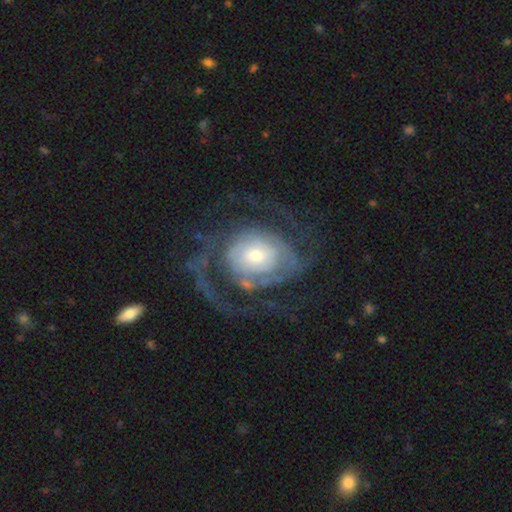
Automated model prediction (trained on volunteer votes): Smooth or featured? Predicted: featured or disk (p=0.82). Edge-on disk? Predicted: no (p=0.97). Bar? Predicted: no (p=0.72). Spiral arms? Predicted: yes (p=0.88). Spiral winding? Predicted: tight (p=0.40). Spiral arm count? Predicted: 2 (p=0.41). Bulge size? Predicted: small (p=0.42, tied with moderate). Merging? Predicted: none (p=0.49).